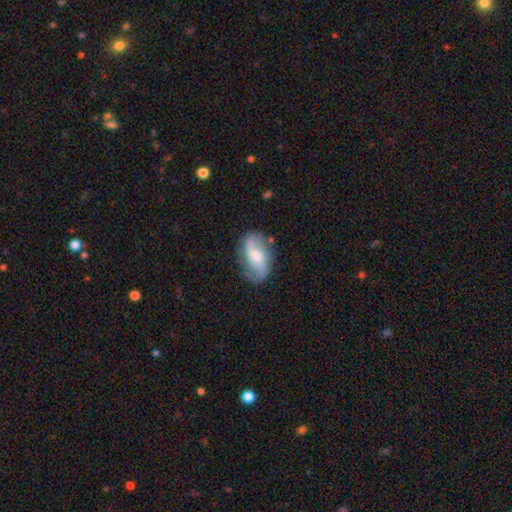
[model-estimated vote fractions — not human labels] Smooth or featured? Predicted: featured or disk (p=0.70). Edge-on disk? Predicted: no (p=0.96). Bar? Predicted: weak (p=0.47). Spiral arms? Predicted: yes (p=0.91). Spiral winding? Predicted: loose (p=0.62). Spiral arm count? Predicted: 2 (p=0.88). Bulge size? Predicted: moderate (p=0.48). Merging? Predicted: none (p=0.72).